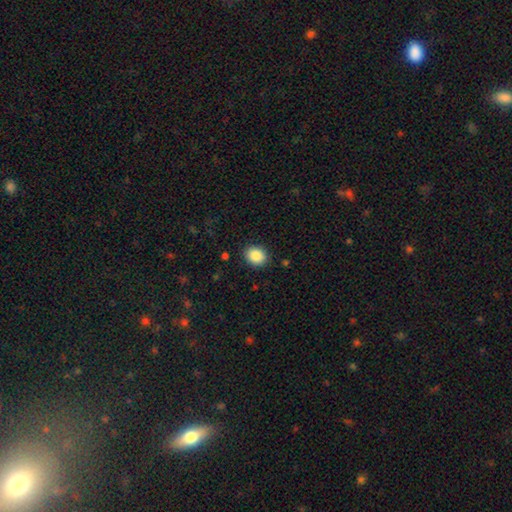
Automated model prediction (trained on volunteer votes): smooth_or_featured: smooth (p=0.87) [alt: star or artifact p=0.09]
how_rounded: round (p=0.58) [alt: in between p=0.41]
merging: none (p=0.89) [alt: minor disturbance p=0.07]